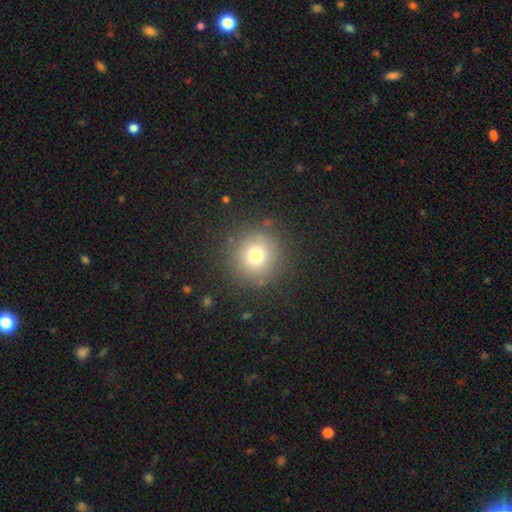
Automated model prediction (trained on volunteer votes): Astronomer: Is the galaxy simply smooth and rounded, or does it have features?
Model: smooth — 72%.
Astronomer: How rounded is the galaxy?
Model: round — 95%.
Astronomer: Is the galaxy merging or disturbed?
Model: none — 87%.